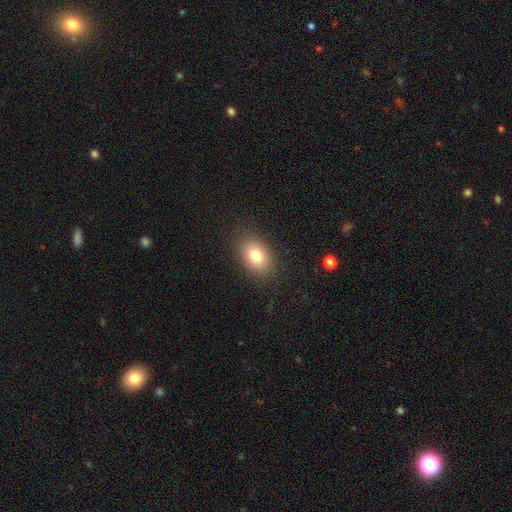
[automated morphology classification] Q: Smooth or featured?
A: smooth (80%); runner-up: featured or disk (10%)
Q: How rounded?
A: in between (80%); runner-up: round (19%)
Q: Merging?
A: none (86%); runner-up: minor disturbance (10%)